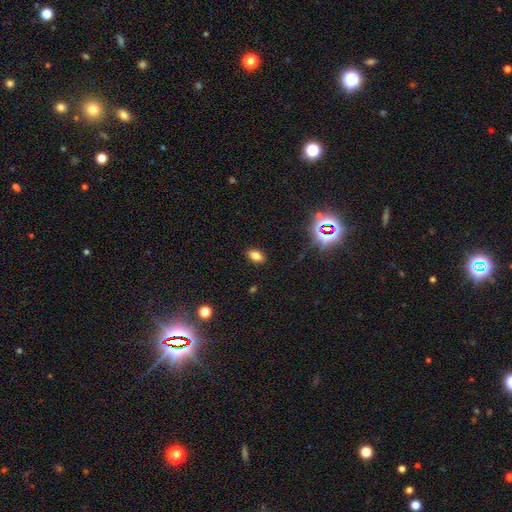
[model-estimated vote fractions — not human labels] Overall: smooth (76%). How rounded: in between (88%). Merging: none (88%).